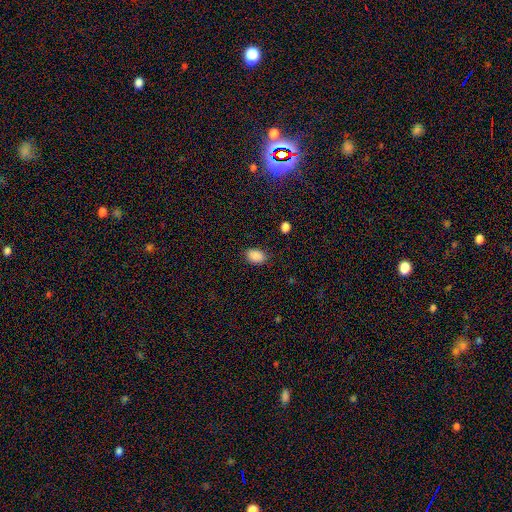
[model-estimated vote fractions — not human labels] A smooth galaxy with no disk features (88%) that is in between round and cigar-shaped (84%). Merging: none (84%).